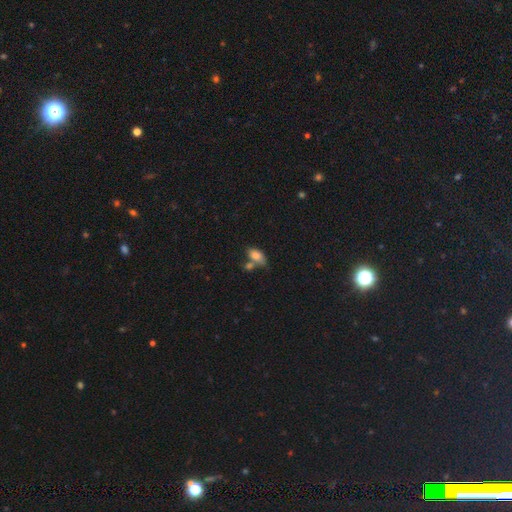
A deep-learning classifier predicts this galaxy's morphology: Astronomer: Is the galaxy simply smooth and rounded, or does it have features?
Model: smooth — 81%.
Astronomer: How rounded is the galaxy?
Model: in between — 91%.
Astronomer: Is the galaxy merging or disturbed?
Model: none — 44% (runner-up: merger, 32%).